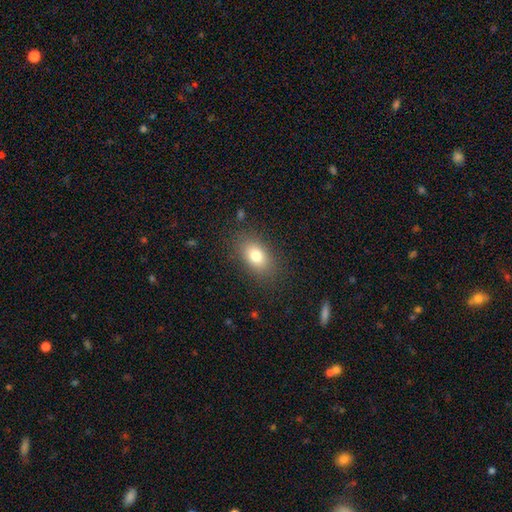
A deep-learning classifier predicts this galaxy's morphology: smooth-or-featured: smooth: 80% | featured or disk: 11% | star or artifact: 10%
  how-rounded: in between: 84% | round: 14% | cigar-shaped: 2%
  merging: none: 84% | minor disturbance: 11% | major disturbance: 4% | merger: 1%